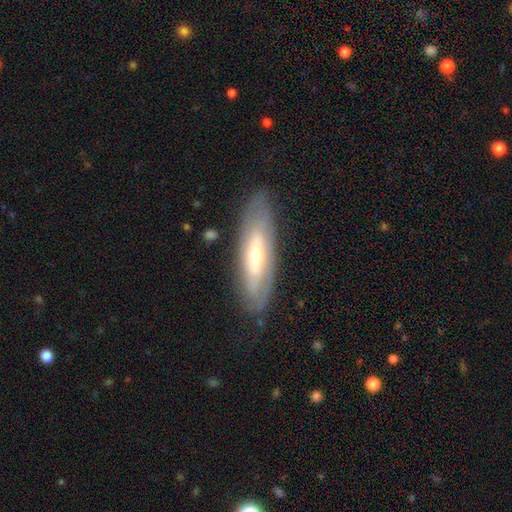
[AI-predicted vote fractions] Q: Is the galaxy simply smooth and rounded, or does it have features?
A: featured or disk — 61%.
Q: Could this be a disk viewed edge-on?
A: no — 65%.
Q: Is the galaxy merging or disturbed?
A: none — 81%.